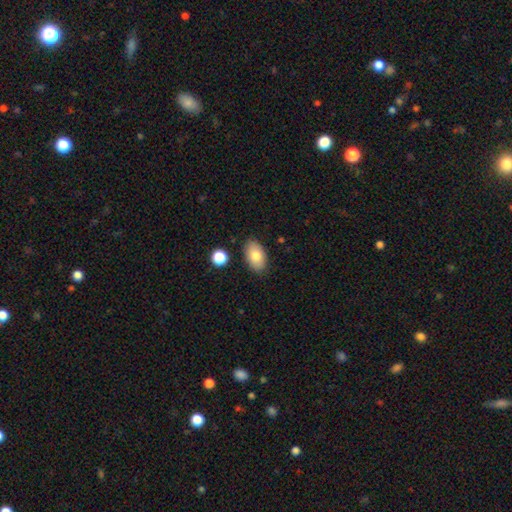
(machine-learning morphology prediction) The model was most divided on "smooth or featured": smooth: 79%, featured or disk: 13%, star or artifact: 7%. More confident: how rounded — in between (92%); merging — none (85%).